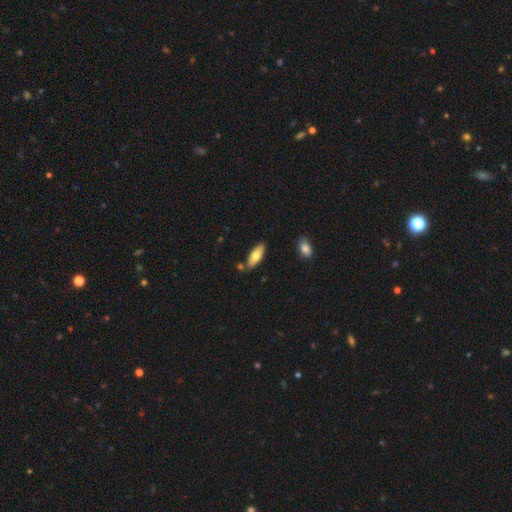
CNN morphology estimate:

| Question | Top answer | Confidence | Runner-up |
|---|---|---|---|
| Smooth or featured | smooth | 71% | featured or disk (23%) |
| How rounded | in between | 72% | cigar-shaped (26%) |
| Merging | none | 80% | minor disturbance (12%) |